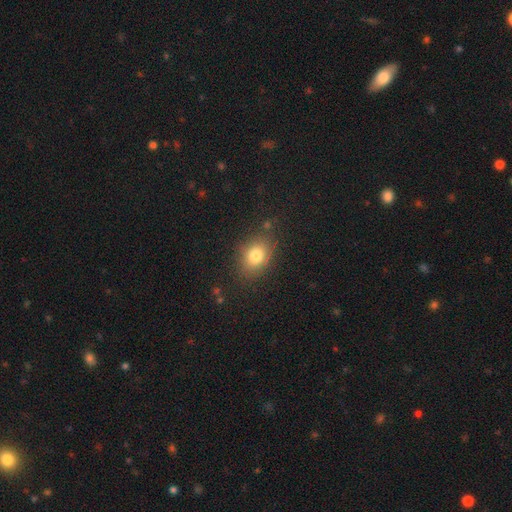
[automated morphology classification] Overall: smooth (80%). How rounded: in between (65%; round 34%). Merging: none (80%).